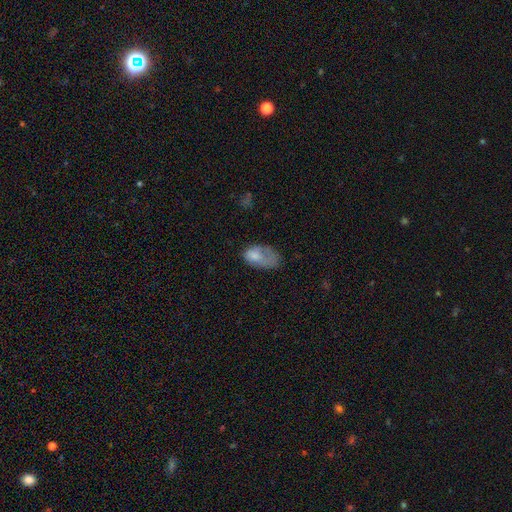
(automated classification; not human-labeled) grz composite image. It shows a smooth galaxy with no disk features (71%) that is in between round and cigar-shaped (91%). Merging: major disturbance (37%).